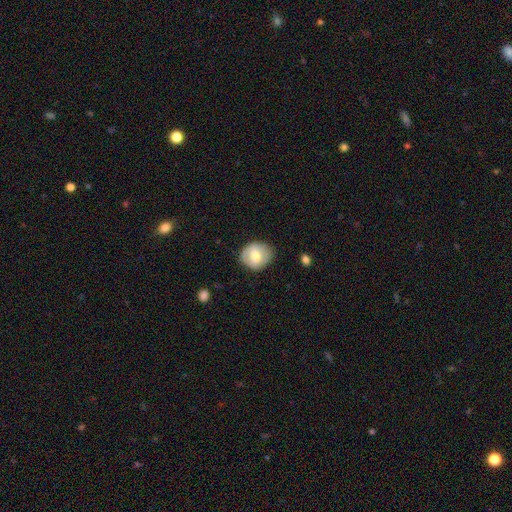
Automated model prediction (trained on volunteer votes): smooth 65%, featured or disk 28%, star or artifact 7%. Down the decision tree: how rounded — round (65%); merging — none (72%).